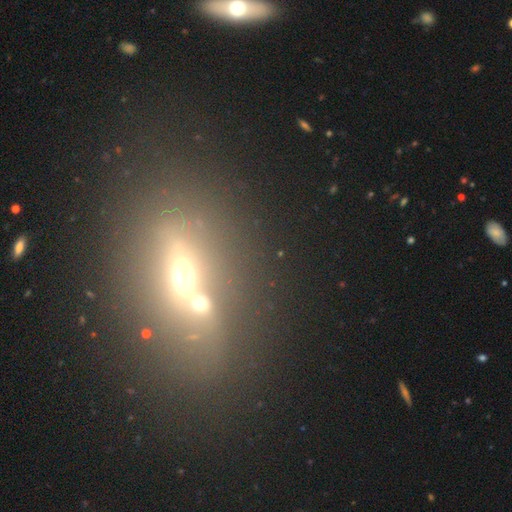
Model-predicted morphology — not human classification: This appears to be a featured or disk galaxy (37%). Merging: none (57%).